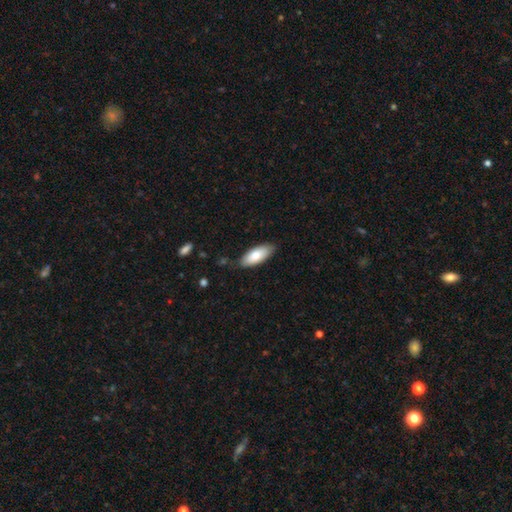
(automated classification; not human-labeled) This appears to be a smooth galaxy with no disk features (78%) that is in between round and cigar-shaped (84%). Merging: none (82%).